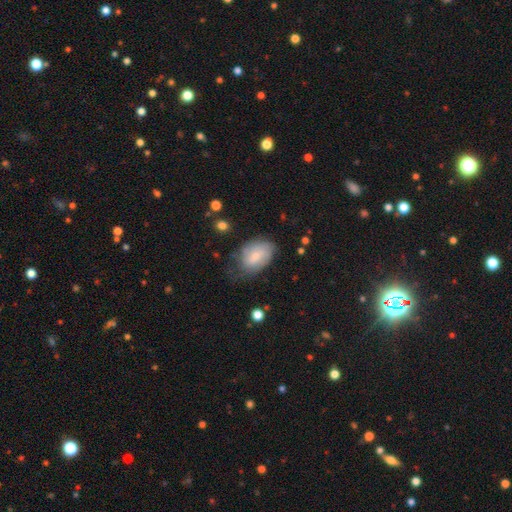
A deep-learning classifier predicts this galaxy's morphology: Q: Smooth or featured?
A: smooth (63%); runner-up: featured or disk (30%)
Q: How rounded?
A: in between (85%); runner-up: round (14%)
Q: Merging?
A: none (51%); runner-up: minor disturbance (32%)